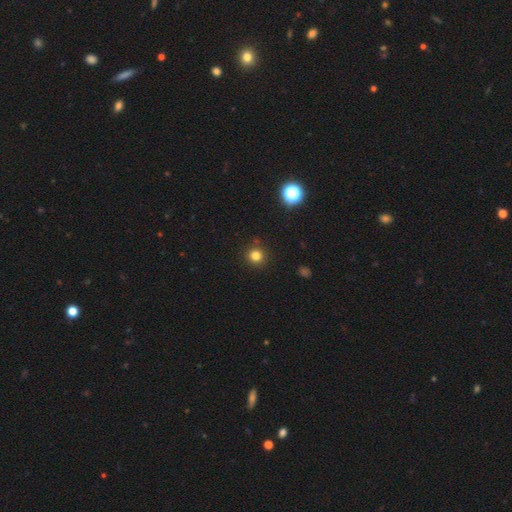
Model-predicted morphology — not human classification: Smooth or featured? Predicted: smooth (p=0.80). How rounded? Predicted: round (p=0.93). Merging? Predicted: none (p=0.89).